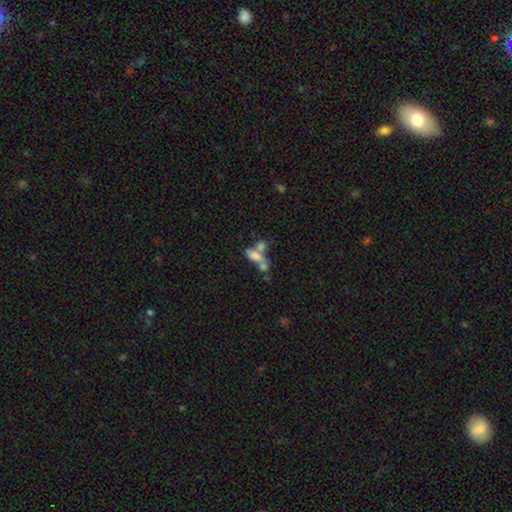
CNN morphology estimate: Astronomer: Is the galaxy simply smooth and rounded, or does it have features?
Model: smooth — 61%.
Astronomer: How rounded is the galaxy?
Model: in between — 76%.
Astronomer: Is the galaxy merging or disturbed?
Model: merger — 60%.